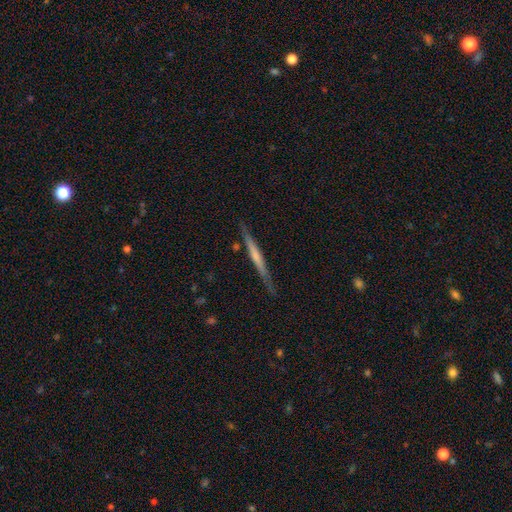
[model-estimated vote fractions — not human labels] Smooth or featured? featured or disk (59%)
Edge-on disk? yes (97%)
Edge-on bulge? none (62%)
Merging? none (84%)